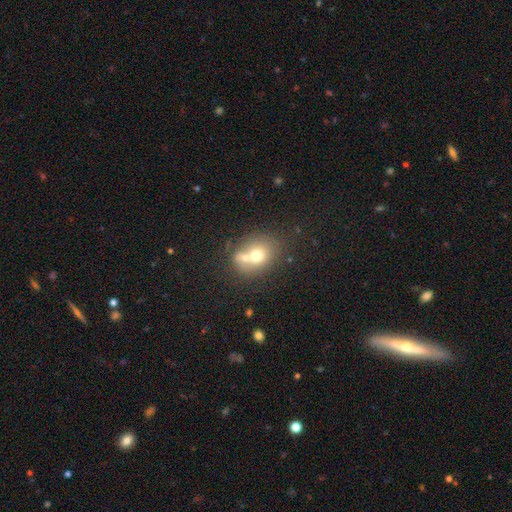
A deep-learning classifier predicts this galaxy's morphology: smooth-or-featured: smooth: 65% | featured or disk: 23% | star or artifact: 12%
  how-rounded: round: 59% | in between: 40% | cigar-shaped: 1%
  merging: merger: 51% | none: 34% | minor disturbance: 10% | major disturbance: 5%